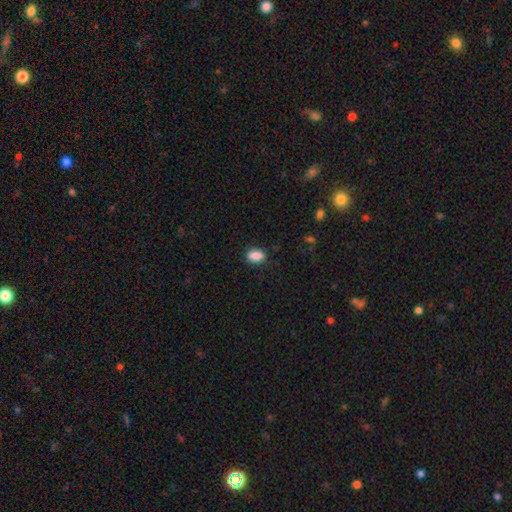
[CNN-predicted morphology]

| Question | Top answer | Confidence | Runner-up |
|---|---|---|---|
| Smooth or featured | smooth | 89% | star or artifact (8%) |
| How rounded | in between | 85% | round (13%) |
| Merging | none | 85% | minor disturbance (12%) |